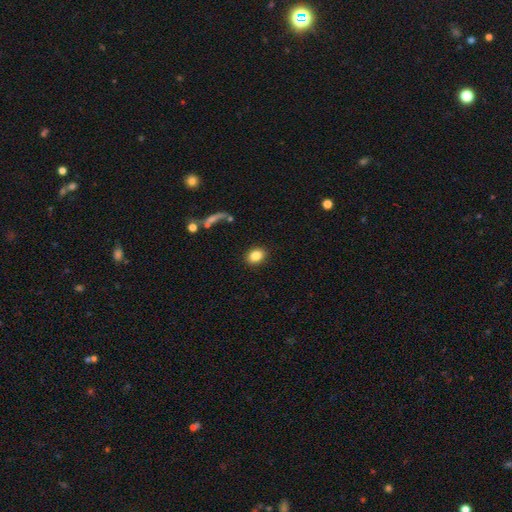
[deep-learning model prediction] Q: Smooth or featured?
A: smooth (85%); runner-up: star or artifact (8%)
Q: How rounded?
A: in between (65%); runner-up: round (34%)
Q: Merging?
A: none (88%); runner-up: minor disturbance (7%)